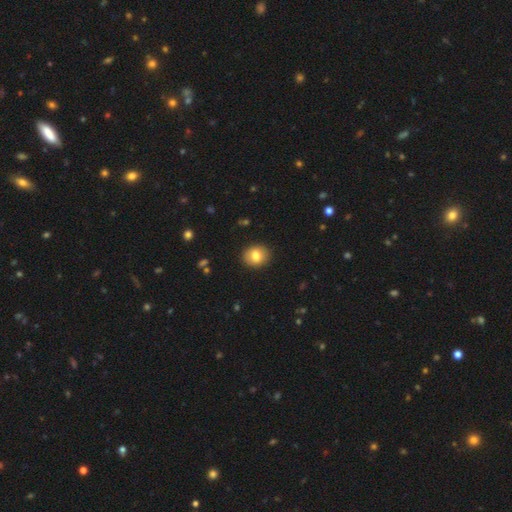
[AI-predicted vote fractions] smooth-or-featured: smooth: 80% | featured or disk: 12% | star or artifact: 9%
  how-rounded: round: 67% | in between: 32% | cigar-shaped: 1%
  merging: none: 90% | minor disturbance: 7% | major disturbance: 2% | merger: 1%